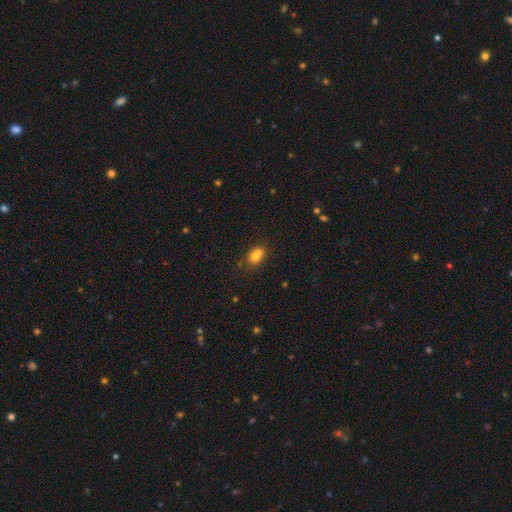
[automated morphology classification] smooth-or-featured: smooth: 74% | featured or disk: 14% | star or artifact: 12%
  how-rounded: in between: 61% | round: 36% | cigar-shaped: 2%
  merging: merger: 41% | none: 39% | minor disturbance: 14% | major disturbance: 5%